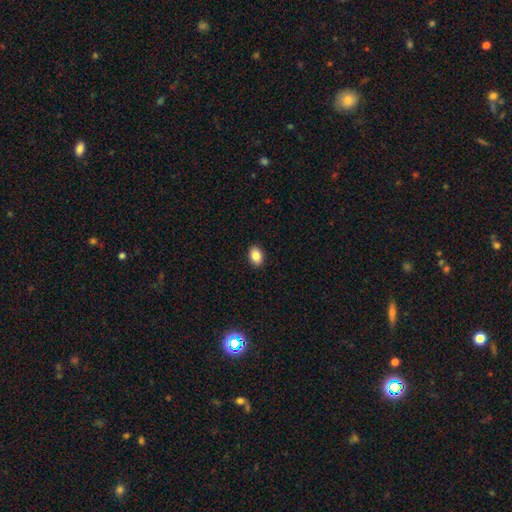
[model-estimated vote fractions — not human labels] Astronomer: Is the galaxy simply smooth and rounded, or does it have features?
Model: smooth — 87%.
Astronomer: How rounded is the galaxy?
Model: in between — 80%.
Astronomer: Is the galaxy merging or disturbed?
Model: none — 91%.